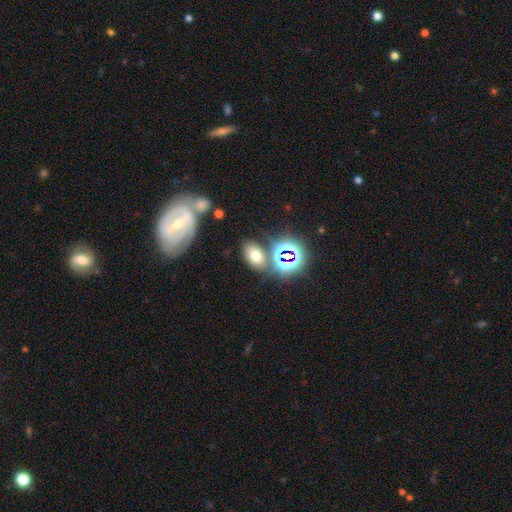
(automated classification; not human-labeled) The model was most divided on "smooth or featured": smooth: 62%, star or artifact: 25%, featured or disk: 13%. More confident: how rounded — in between (82%); merging — none (71%).